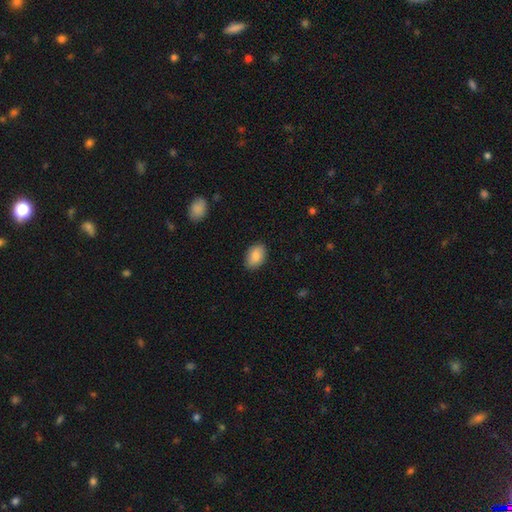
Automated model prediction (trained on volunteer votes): Smooth or featured: smooth — 86% (featured or disk — 7%)
How rounded: in between — 87% (round — 12%)
Merging: none — 87% (minor disturbance — 10%)